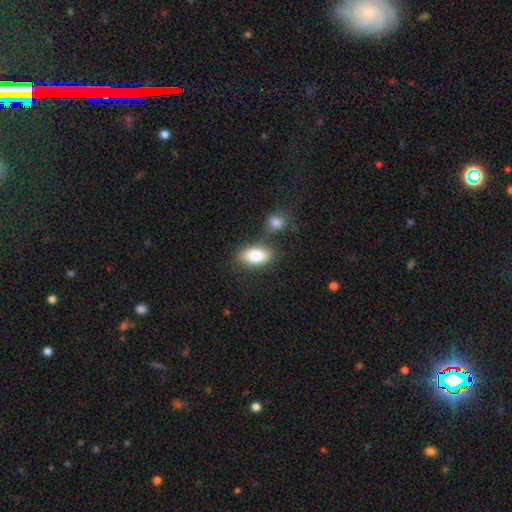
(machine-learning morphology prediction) Smooth or featured? Predicted: smooth (p=0.79). How rounded? Predicted: in between (p=0.88). Merging? Predicted: none (p=0.66).